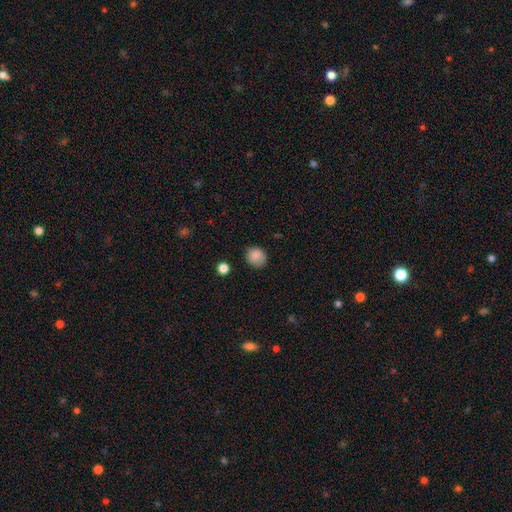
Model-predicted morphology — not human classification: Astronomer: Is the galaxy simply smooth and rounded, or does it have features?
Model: smooth — 85%.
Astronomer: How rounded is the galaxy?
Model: round — 79%.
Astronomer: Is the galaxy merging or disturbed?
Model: none — 80%.